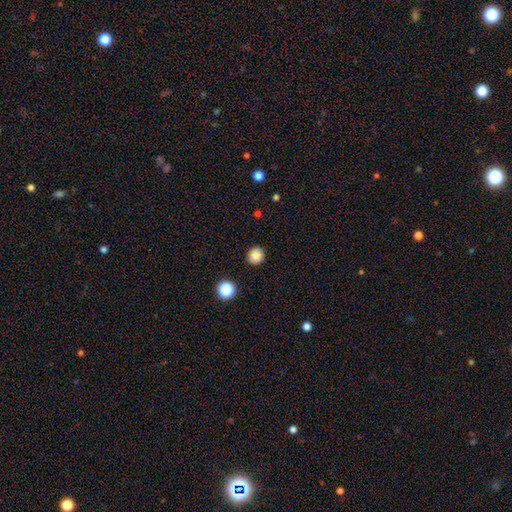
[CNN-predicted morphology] A smooth galaxy with no disk features (79%) that is round (87%). Merging: none (81%).